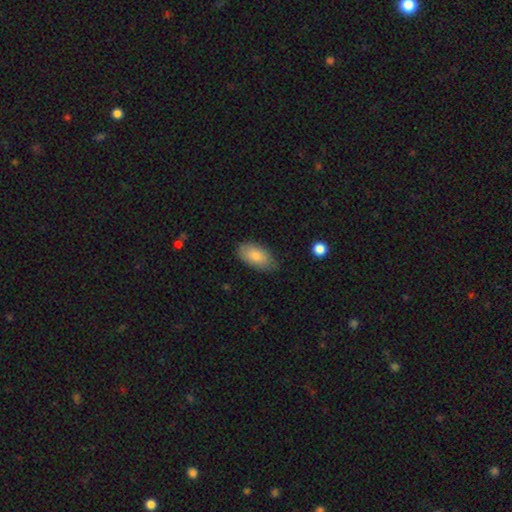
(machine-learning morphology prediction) smooth-or-featured: smooth: 81% | featured or disk: 13% | star or artifact: 6%
  how-rounded: in between: 94% | round: 3% | cigar-shaped: 3%
  merging: none: 77% | minor disturbance: 19% | major disturbance: 3% | merger: 1%